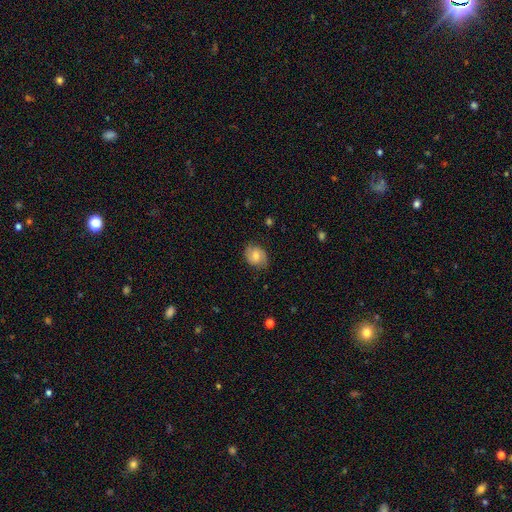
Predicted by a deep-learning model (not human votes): Overall: smooth (57%; featured or disk 35%). How rounded: in between (54%; round 45%). Merging: none (78%).